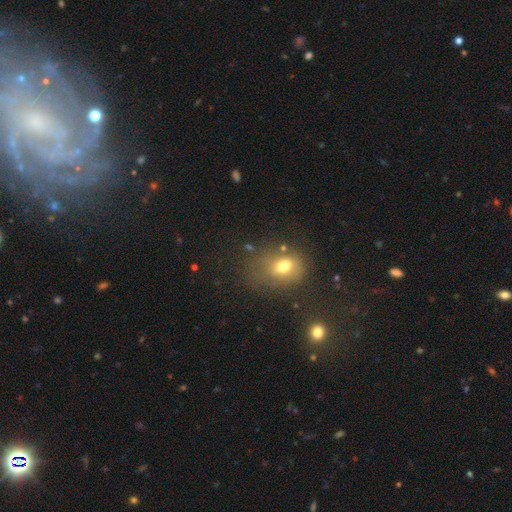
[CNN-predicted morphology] type=smooth (59%); roundness=in between (53%); merging=none (59%).